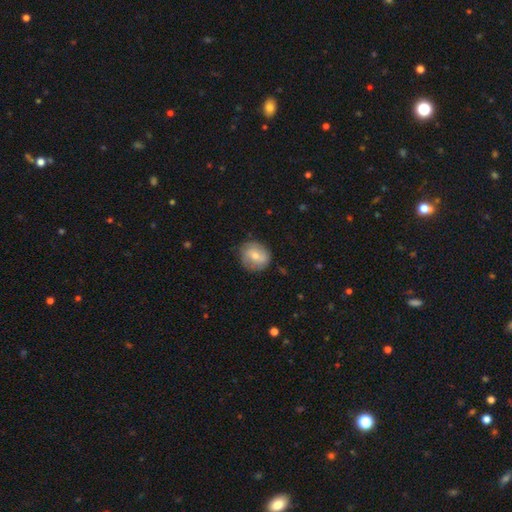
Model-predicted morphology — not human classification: This appears to be a smooth galaxy with no disk features (58%) that is round (83%). Merging: none (79%).